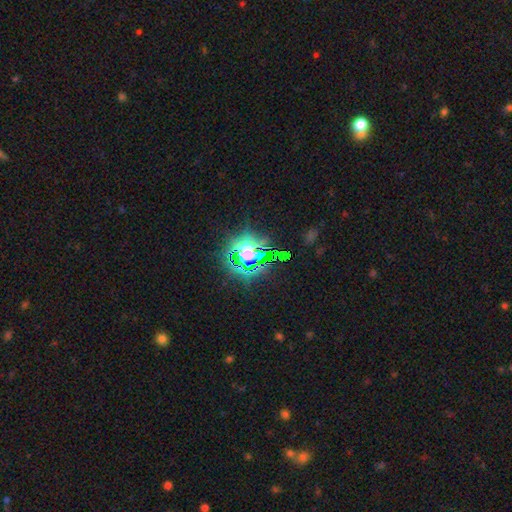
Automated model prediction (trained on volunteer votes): star or artifact 77%, smooth 13%, featured or disk 10%.